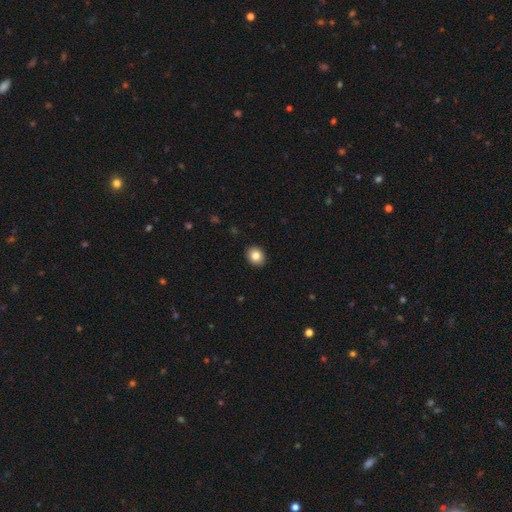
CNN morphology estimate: smooth-or-featured: smooth: 83% | star or artifact: 9% | featured or disk: 8%
  how-rounded: round: 59% | in between: 40% | cigar-shaped: 1%
  merging: none: 92% | minor disturbance: 6% | major disturbance: 1% | merger: 1%